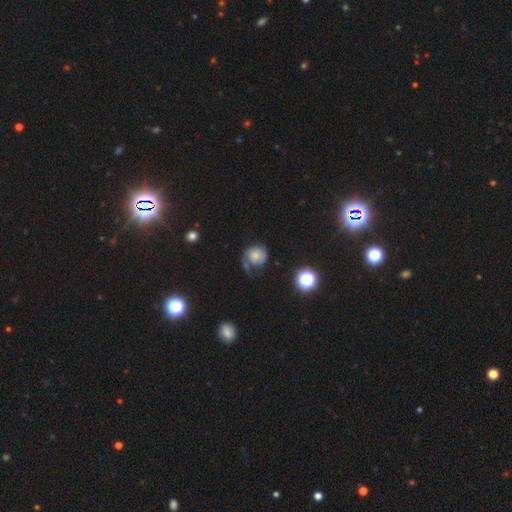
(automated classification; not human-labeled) The model was most divided on "merging": none: 37%, major disturbance: 32%, minor disturbance: 25%, merger: 6%. Remaining: smooth or featured — smooth (49%).